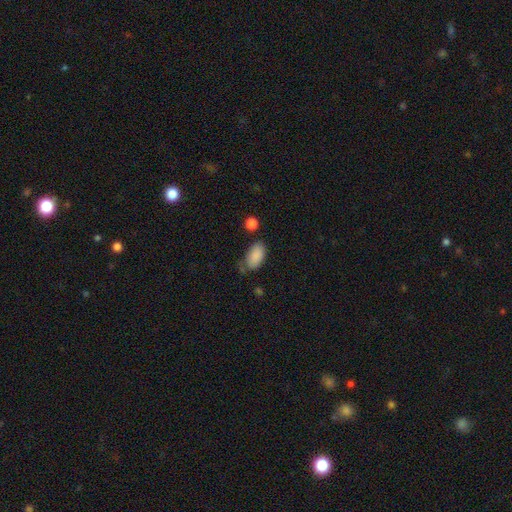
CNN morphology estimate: This appears to be a smooth galaxy with no disk features (88%) that is in between round and cigar-shaped (94%). Merging: none (61%).